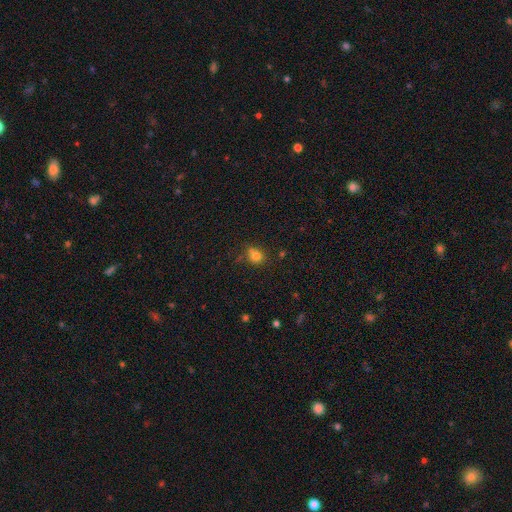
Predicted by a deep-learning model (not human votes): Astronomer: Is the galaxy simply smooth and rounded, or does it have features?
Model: smooth — 78%.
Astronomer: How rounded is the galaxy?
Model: round — 64%.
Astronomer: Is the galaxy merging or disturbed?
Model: none — 60%.